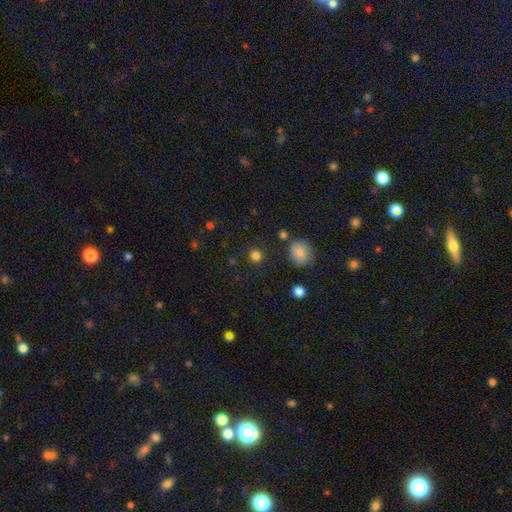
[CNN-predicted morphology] Smooth or featured: smooth — 81% (star or artifact — 14%)
How rounded: round — 90% (in between — 9%)
Merging: none — 85% (minor disturbance — 8%)